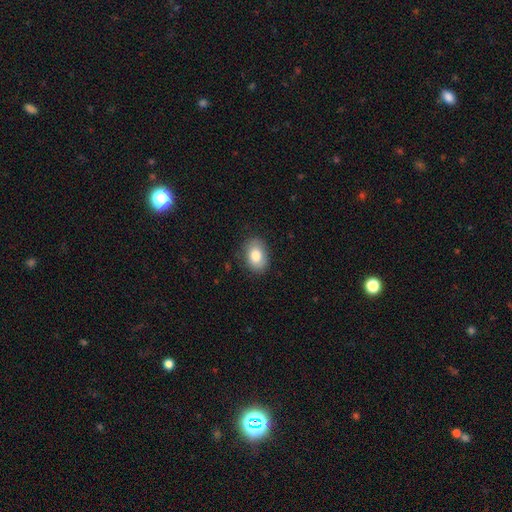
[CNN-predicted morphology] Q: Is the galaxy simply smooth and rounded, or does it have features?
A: smooth — 82%.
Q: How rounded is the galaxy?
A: in between — 77%.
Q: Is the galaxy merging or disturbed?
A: none — 83%.